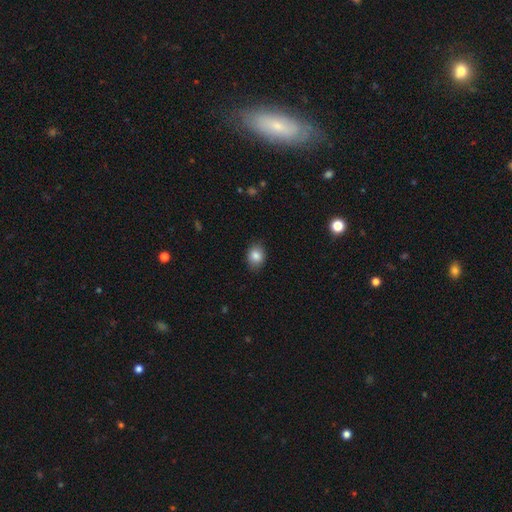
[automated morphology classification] A smooth galaxy with no disk features (85%) that is in between round and cigar-shaped (56%).

Vote fractions:
- Smooth or featured? smooth: 85% / star or artifact: 9% / featured or disk: 6%
- How rounded? in between: 56% / round: 43% / cigar-shaped: 1%
- Merging? none: 85% / minor disturbance: 12% / major disturbance: 3% / merger: 1%